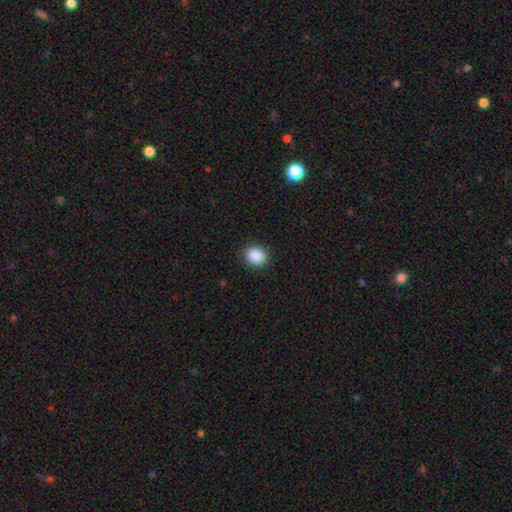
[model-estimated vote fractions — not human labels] Smooth or featured?
  - smooth: 89% *
  - star or artifact: 9%
  - featured or disk: 3%
How rounded?
  - round: 70% *
  - in between: 29%
  - cigar-shaped: 1%
Merging?
  - none: 90% *
  - minor disturbance: 7%
  - major disturbance: 2%
  - merger: 1%